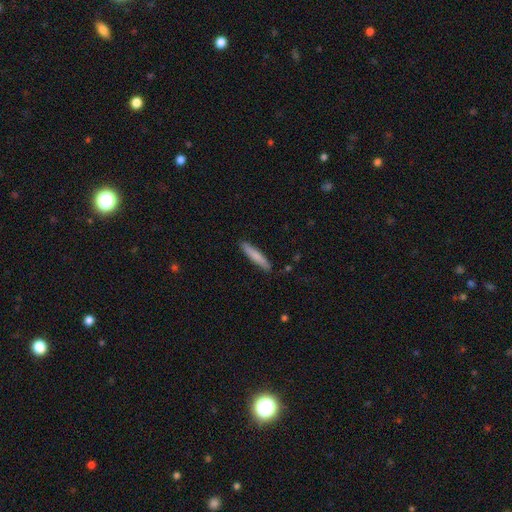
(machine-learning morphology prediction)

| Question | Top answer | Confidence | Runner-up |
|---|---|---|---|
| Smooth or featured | smooth | 77% | featured or disk (18%) |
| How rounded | cigar-shaped | 92% | in between (7%) |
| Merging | none | 88% | minor disturbance (9%) |